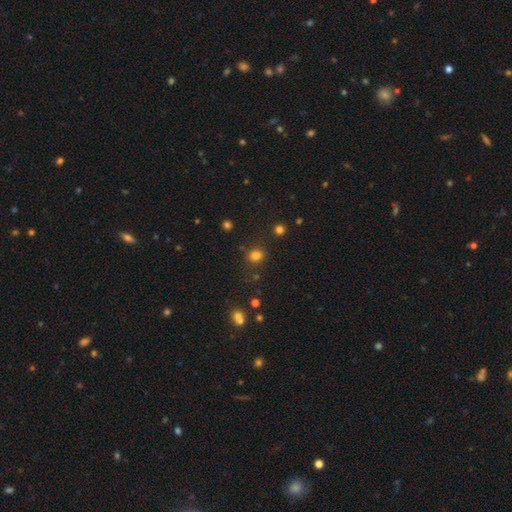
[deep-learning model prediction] This is likely a smooth galaxy (79%). How rounded: likely round (64%). Merging: clearly none (81%).